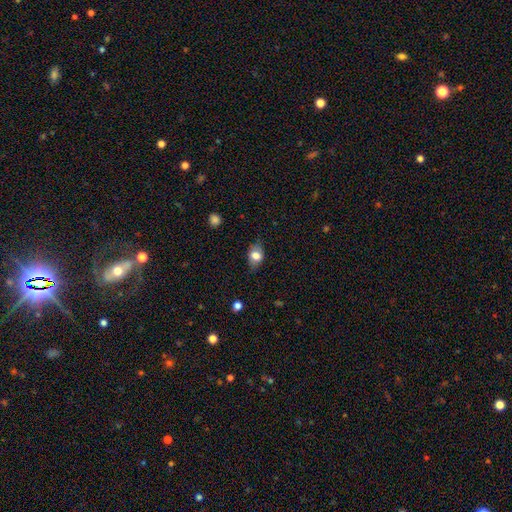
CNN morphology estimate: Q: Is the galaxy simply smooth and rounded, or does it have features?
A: smooth — 73%.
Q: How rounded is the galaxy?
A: in between — 73%.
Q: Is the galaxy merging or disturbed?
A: none — 76%.